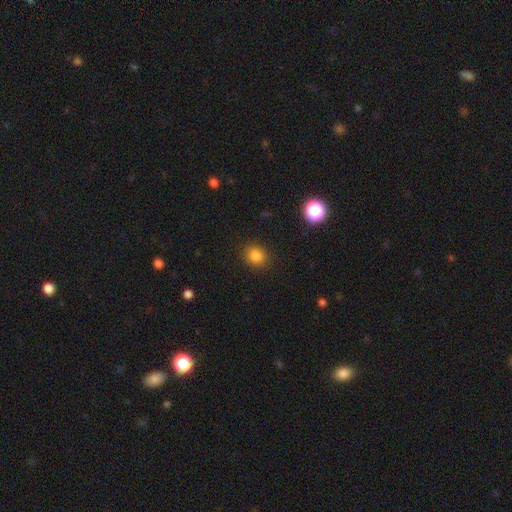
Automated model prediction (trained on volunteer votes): A smooth galaxy with no disk features (82%) that is round (76%).

Vote fractions:
- Smooth or featured? smooth: 82% / star or artifact: 13% / featured or disk: 5%
- How rounded? round: 76% / in between: 23% / cigar-shaped: 1%
- Merging? none: 89% / minor disturbance: 7% / major disturbance: 2% / merger: 1%